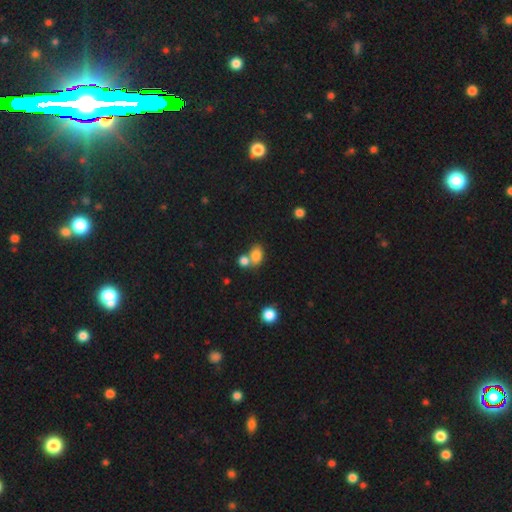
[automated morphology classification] Smooth or featured?
  - smooth: 80% *
  - star or artifact: 11%
  - featured or disk: 9%
How rounded?
  - in between: 67% *
  - round: 32%
  - cigar-shaped: 1%
Merging?
  - merger: 45% *
  - none: 41%
  - minor disturbance: 10%
  - major disturbance: 4%